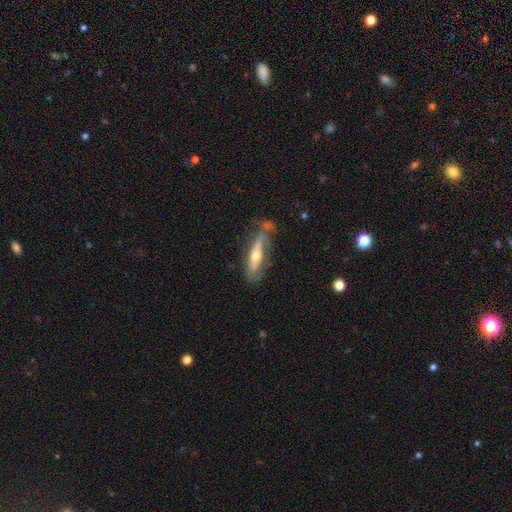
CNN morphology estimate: A featured or disk galaxy (58%) viewed edge-on (56%).

Vote fractions:
- Smooth or featured? featured or disk: 58% / smooth: 36% / star or artifact: 6%
- Edge-on disk? yes: 56% / no: 44%
- Merging? none: 44% / minor disturbance: 28% / major disturbance: 22% / merger: 6%